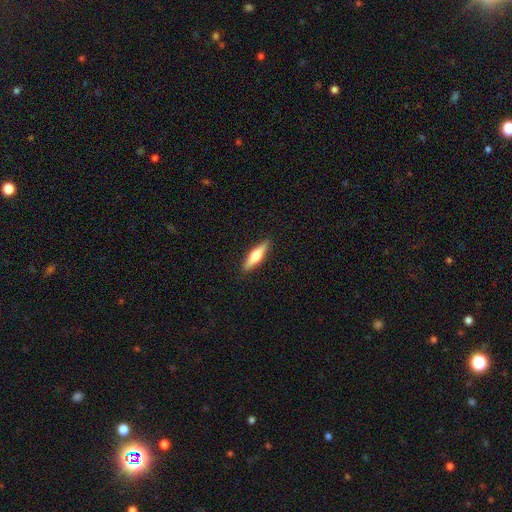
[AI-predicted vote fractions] This appears to be a featured or disk galaxy (50%) viewed edge-on (95%). Merging: none (91%).